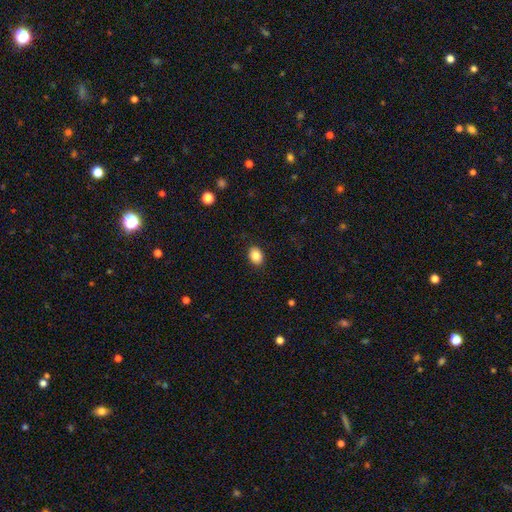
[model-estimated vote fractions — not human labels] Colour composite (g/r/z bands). It shows a smooth galaxy with no disk features (86%) that is in between round and cigar-shaped (69%). Merging: none (89%).